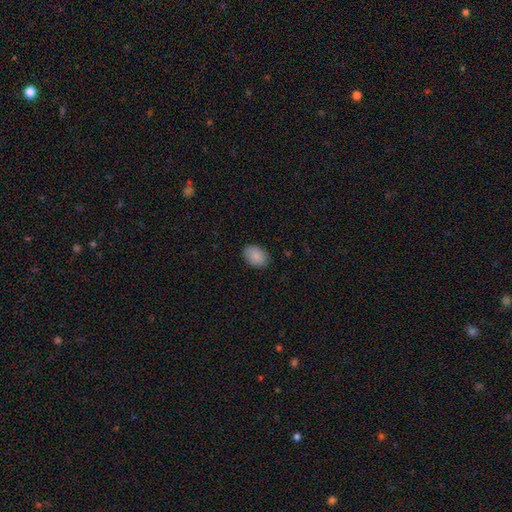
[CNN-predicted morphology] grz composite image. It shows a smooth galaxy with no disk features (89%) that is in between round and cigar-shaped (79%). Merging: none (86%).